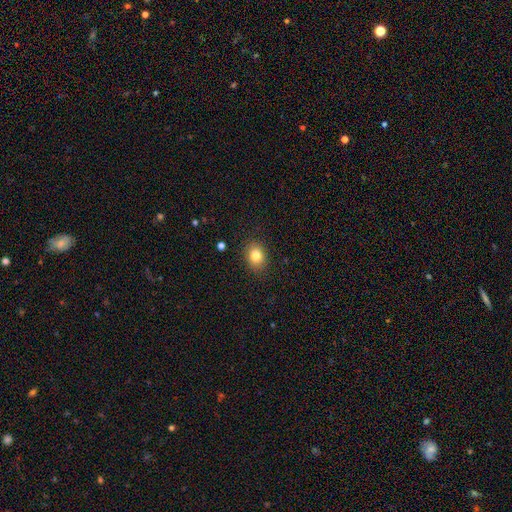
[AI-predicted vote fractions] Smooth or featured? Predicted: smooth (p=0.81). How rounded? Predicted: in between (p=0.51). Merging? Predicted: none (p=0.89).